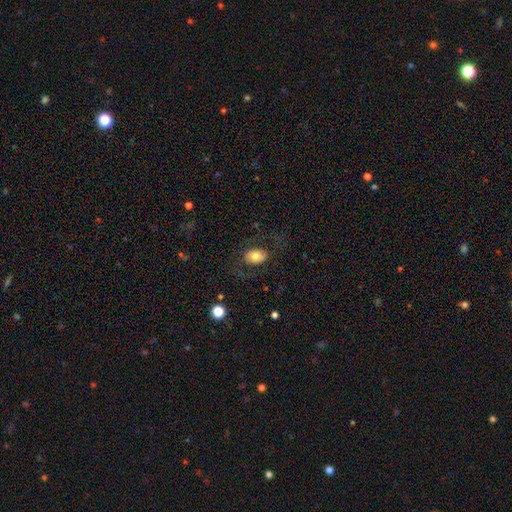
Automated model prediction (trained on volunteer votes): Smooth or featured? smooth (67%)
How rounded? in between (84%)
Merging? none (74%)